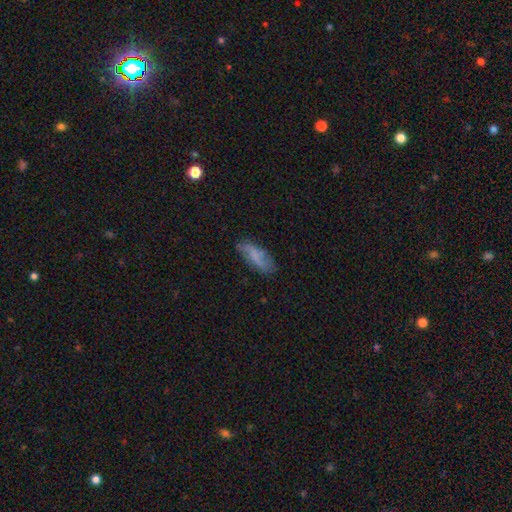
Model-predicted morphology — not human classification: type=smooth (61%); roundness=in between (71%); merging=none (64%).